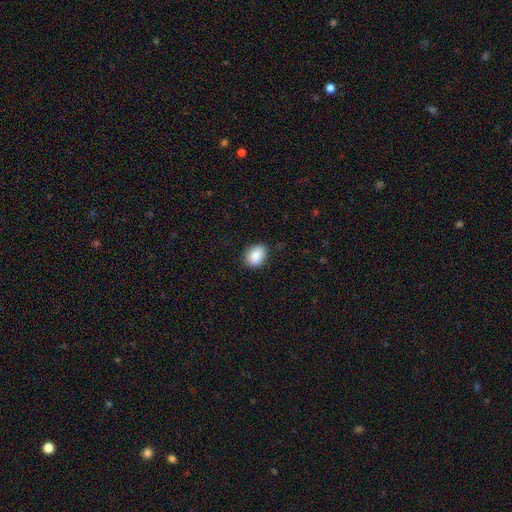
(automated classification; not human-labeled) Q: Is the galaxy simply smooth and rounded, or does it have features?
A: smooth — 86%.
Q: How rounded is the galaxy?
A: in between — 71%.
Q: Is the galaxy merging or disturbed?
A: none — 83%.